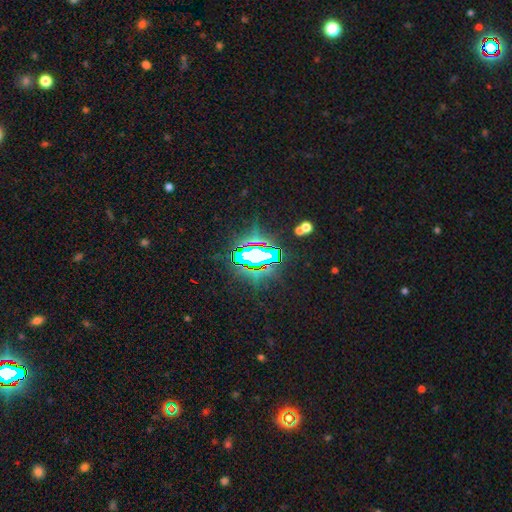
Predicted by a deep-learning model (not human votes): A star or artifact, not a galaxy (73%).

Vote fractions:
- Smooth or featured? star or artifact: 73% / smooth: 15% / featured or disk: 12%